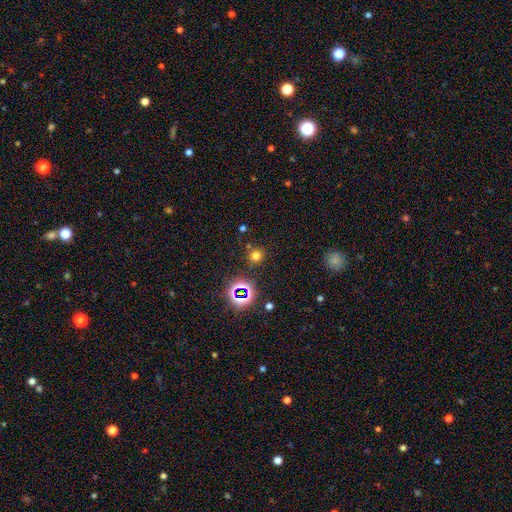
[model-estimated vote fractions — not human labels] Morphology: type=smooth (65%); roundness=round (92%); merging=none (85%).